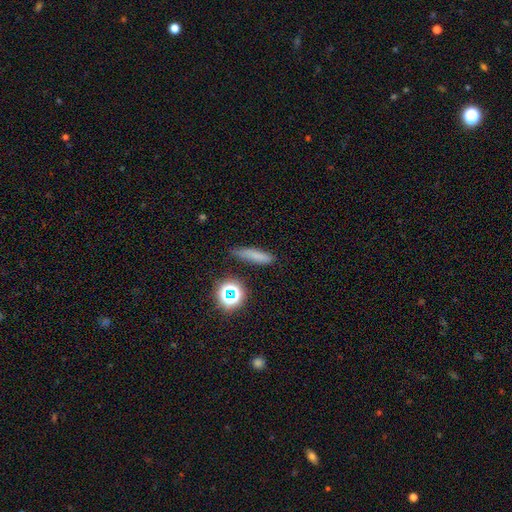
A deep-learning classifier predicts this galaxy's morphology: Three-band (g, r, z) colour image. It shows a smooth galaxy with no disk features (72%) that is cigar-shaped (78%). Merging: none (77%).